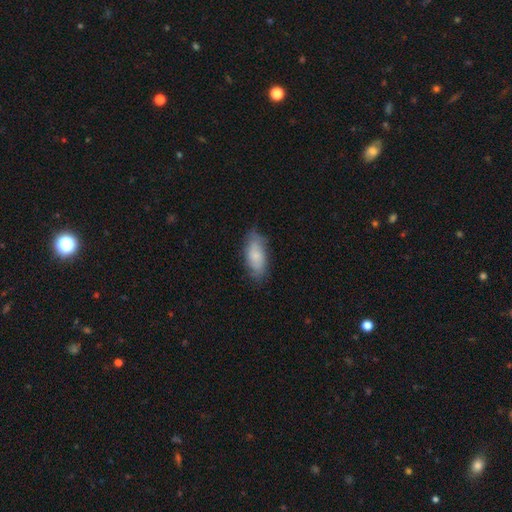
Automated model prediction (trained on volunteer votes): A smooth galaxy with no disk features (67%) that is in between round and cigar-shaped (85%).

Vote fractions:
- Smooth or featured? smooth: 67% / featured or disk: 26% / star or artifact: 7%
- How rounded? in between: 85% / cigar-shaped: 12% / round: 3%
- Merging? none: 72% / minor disturbance: 22% / major disturbance: 5% / merger: 1%